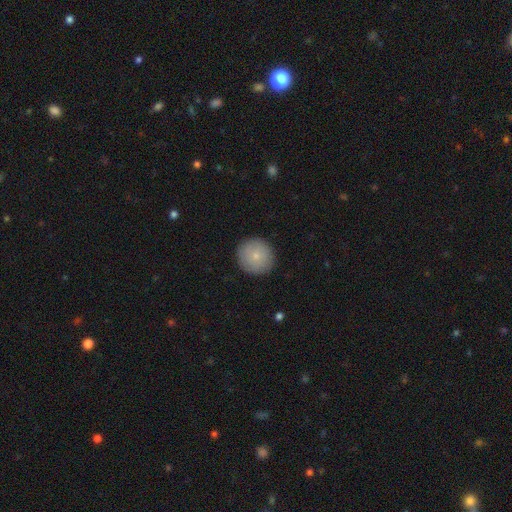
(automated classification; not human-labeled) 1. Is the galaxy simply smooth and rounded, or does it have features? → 81% smooth, 13% featured or disk, 7% star or artifact.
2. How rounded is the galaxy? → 95% round, 5% in between, 1% cigar-shaped.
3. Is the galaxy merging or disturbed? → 91% none, 7% minor disturbance, 2% major disturbance, 1% merger.